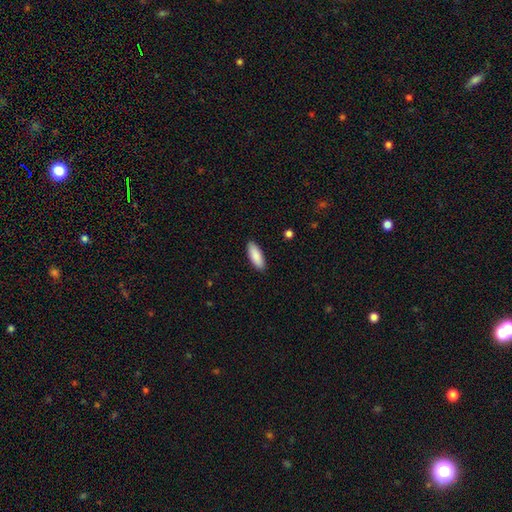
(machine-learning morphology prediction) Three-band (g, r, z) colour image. It shows a smooth galaxy with no disk features (90%) that is in between round and cigar-shaped (74%). Merging: none (90%).